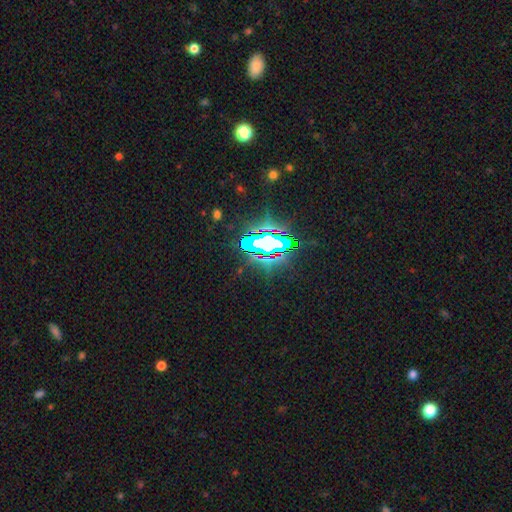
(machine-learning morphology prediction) This appears to be a star or artifact, not a galaxy (75%).